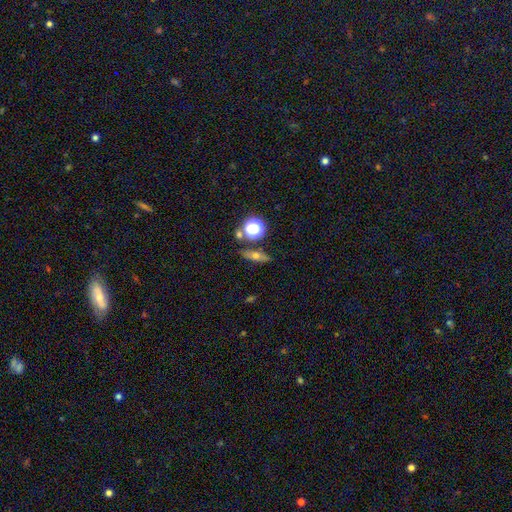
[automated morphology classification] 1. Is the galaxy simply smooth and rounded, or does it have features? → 47% smooth, 37% featured or disk, 17% star or artifact.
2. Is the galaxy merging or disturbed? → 79% none, 11% minor disturbance, 6% merger, 4% major disturbance.